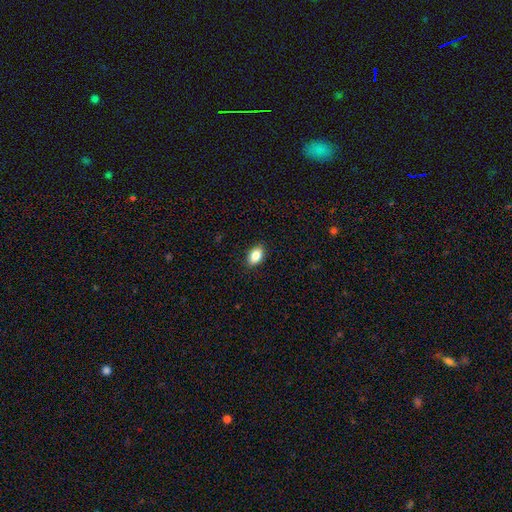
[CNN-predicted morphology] Smooth or featured? Predicted: smooth (p=0.86). How rounded? Predicted: in between (p=0.88). Merging? Predicted: none (p=0.89).